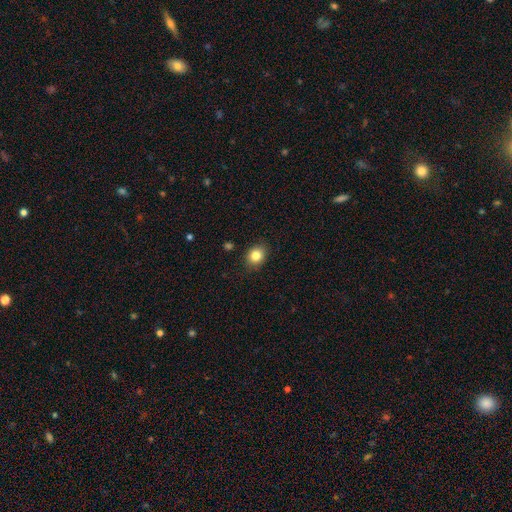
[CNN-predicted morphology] Overall: smooth (83%). How rounded: round (61%; in between 38%). Merging: none (87%).